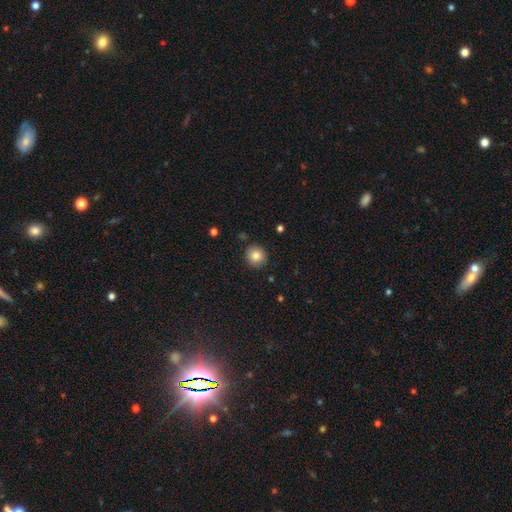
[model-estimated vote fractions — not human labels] Morphology: type=smooth (84%); roundness=round (92%); merging=none (90%).